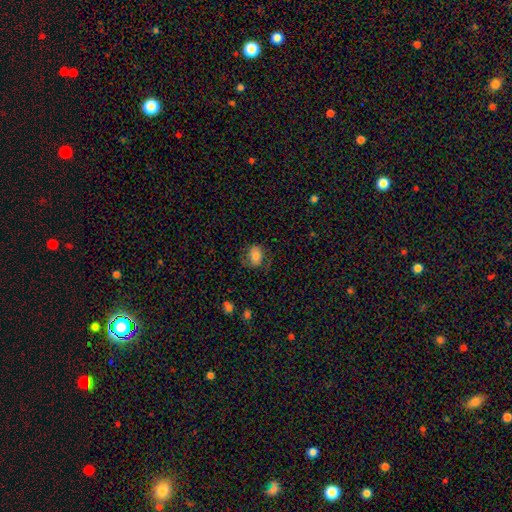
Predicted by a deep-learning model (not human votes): smooth-or-featured: smooth: 75% | featured or disk: 17% | star or artifact: 9%
  how-rounded: in between: 71% | round: 28% | cigar-shaped: 1%
  merging: none: 67% | minor disturbance: 21% | major disturbance: 11% | merger: 1%